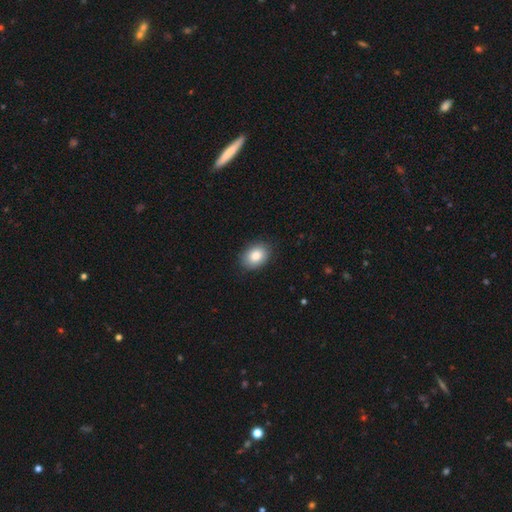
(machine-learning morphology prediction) This appears to be a smooth galaxy with no disk features (87%) that is in between round and cigar-shaped (74%). Merging: none (86%).